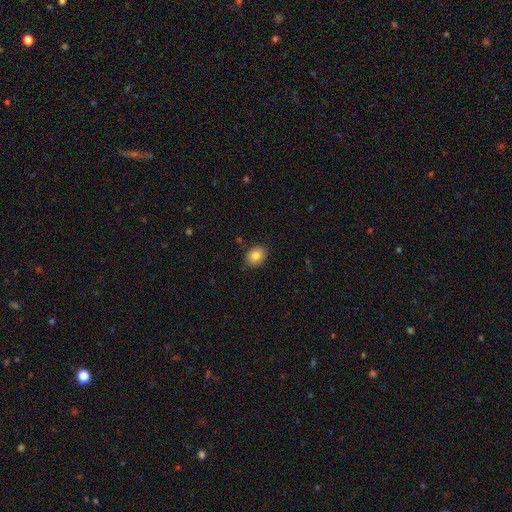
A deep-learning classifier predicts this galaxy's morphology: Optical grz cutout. It shows a smooth galaxy with no disk features (83%) that is round (55%). Merging: none (84%).